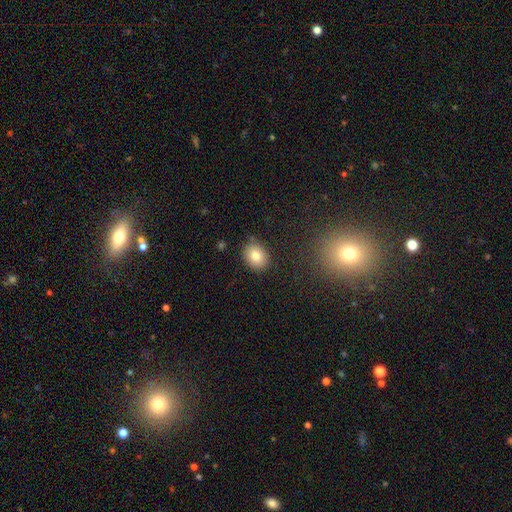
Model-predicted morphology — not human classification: smooth 81%, featured or disk 10%, star or artifact 9%. Down the decision tree: how rounded — in between (53%); merging — none (85%).